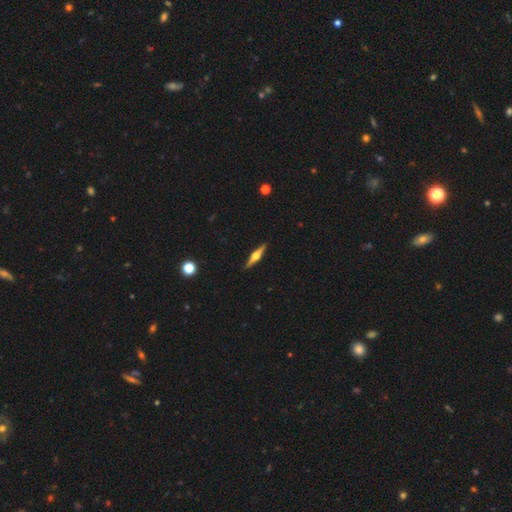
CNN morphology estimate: Smooth or featured: featured or disk — 74% (smooth — 21%)
Edge-on disk: yes — 98% (no — 2%)
Edge-on bulge: rounded — 94% (boxy — 4%)
Merging: none — 91% (minor disturbance — 6%)